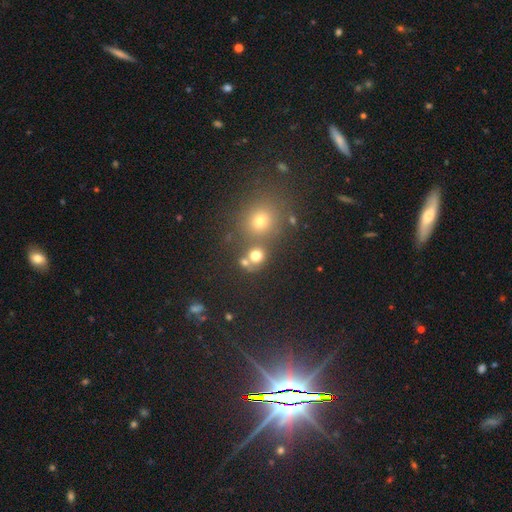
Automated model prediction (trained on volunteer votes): smooth-or-featured: smooth: 71% | star or artifact: 20% | featured or disk: 10%
  how-rounded: round: 82% | in between: 17% | cigar-shaped: 1%
  merging: none: 58% | merger: 28% | minor disturbance: 9% | major disturbance: 5%